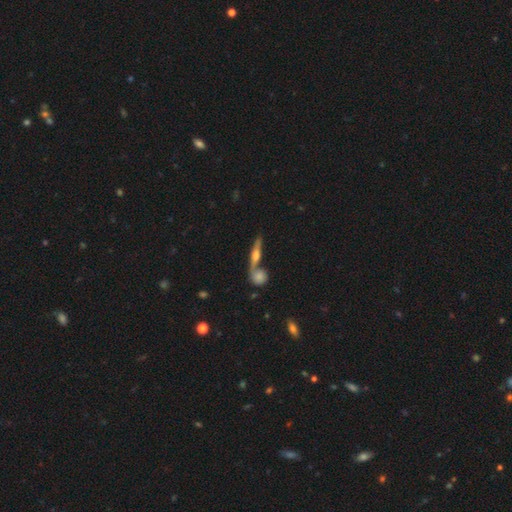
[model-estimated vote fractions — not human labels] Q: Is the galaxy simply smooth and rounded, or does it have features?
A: featured or disk — 62%.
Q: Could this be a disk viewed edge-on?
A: yes — 92%.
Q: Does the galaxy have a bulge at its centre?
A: rounded — 89%.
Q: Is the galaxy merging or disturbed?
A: none — 60%.